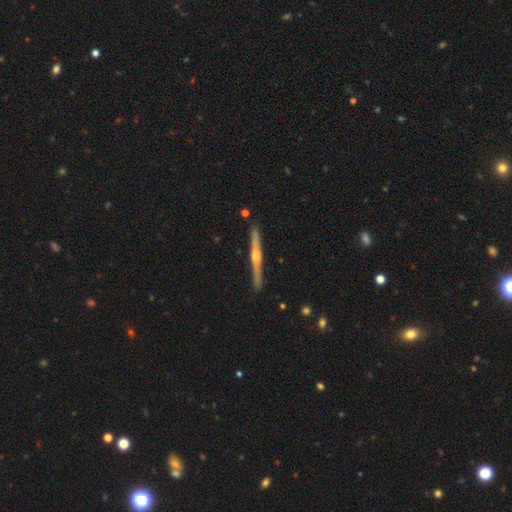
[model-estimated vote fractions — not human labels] A featured or disk galaxy (82%) viewed edge-on (99%) with a rounded central bulge (87%). Merging: none (92%).